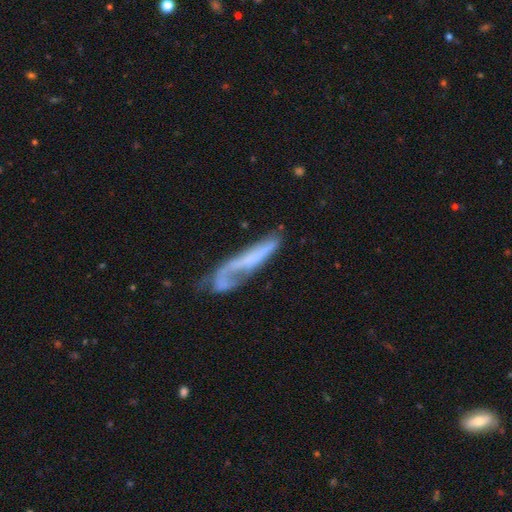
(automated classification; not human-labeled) This is likely a featured or disk galaxy (60%). It is likely not viewed edge-on (63%). Merging: marginally none (37%).